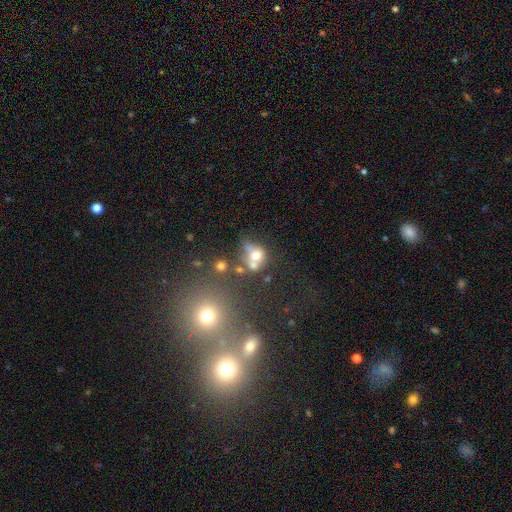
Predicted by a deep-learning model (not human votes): smooth-or-featured: smooth: 59% | featured or disk: 25% | star or artifact: 17%
  how-rounded: round: 59% | in between: 39% | cigar-shaped: 2%
  merging: merger: 47% | none: 26% | minor disturbance: 14% | major disturbance: 13%